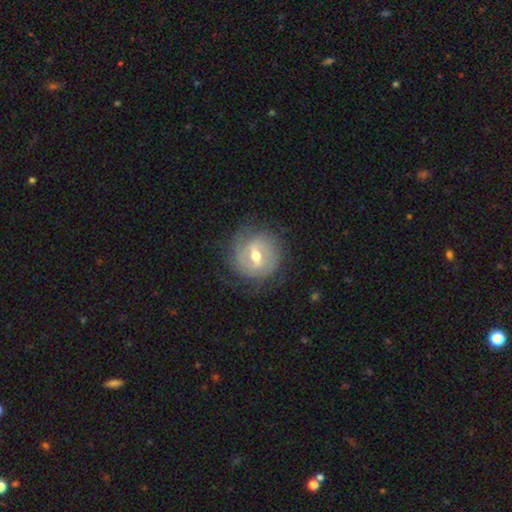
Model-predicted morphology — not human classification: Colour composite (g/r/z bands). It shows a featured or disk galaxy (71%) with a weak bar (53%), 2 (45%) tight (57%) spiral arms (76%) and a moderate central bulge (73%). Merging: none (75%).